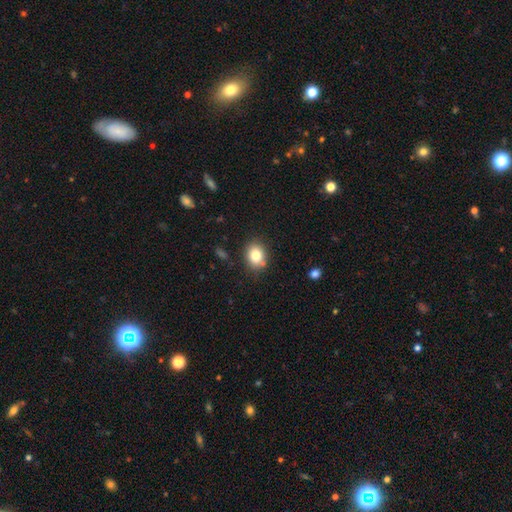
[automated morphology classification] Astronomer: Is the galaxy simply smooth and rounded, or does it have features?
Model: smooth — 81%.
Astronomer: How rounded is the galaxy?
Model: round — 51% (runner-up: in between, 49%).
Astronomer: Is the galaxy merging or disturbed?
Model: none — 82%.